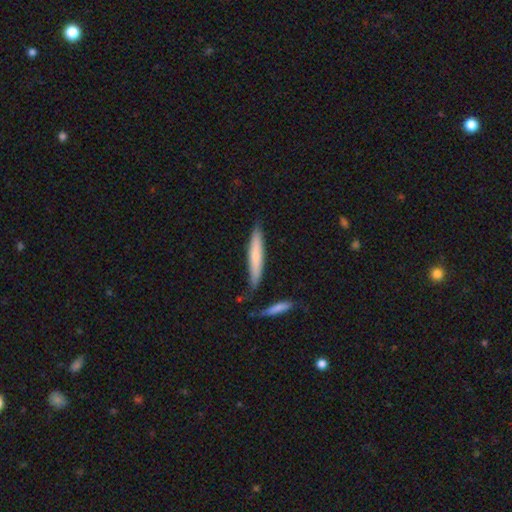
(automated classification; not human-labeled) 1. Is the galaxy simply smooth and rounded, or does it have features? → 69% smooth, 26% featured or disk, 5% star or artifact.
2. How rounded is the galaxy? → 92% cigar-shaped, 6% in between, 1% round.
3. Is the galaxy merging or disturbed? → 75% none, 16% minor disturbance, 6% merger, 3% major disturbance.